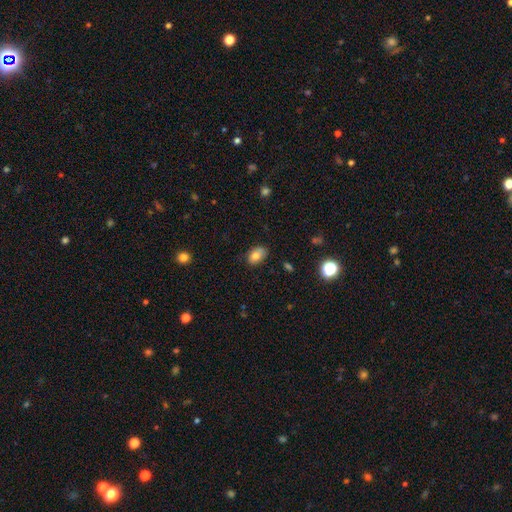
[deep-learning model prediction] Smooth or featured? Predicted: smooth (p=0.79). How rounded? Predicted: in between (p=0.86). Merging? Predicted: none (p=0.73).